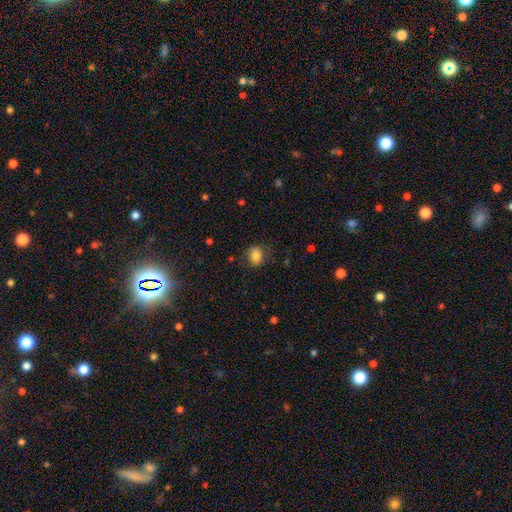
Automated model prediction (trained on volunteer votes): Overall: smooth (83%). How rounded: in between (52%; round 47%). Merging: none (81%).